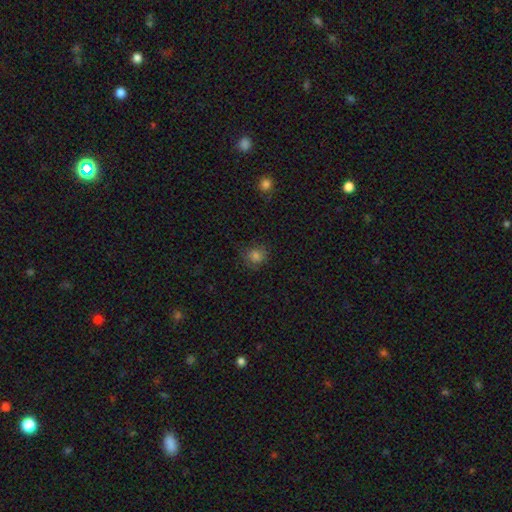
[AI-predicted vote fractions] Smooth or featured: smooth — 78% (star or artifact — 15%)
How rounded: round — 76% (in between — 23%)
Merging: none — 70% (minor disturbance — 20%)